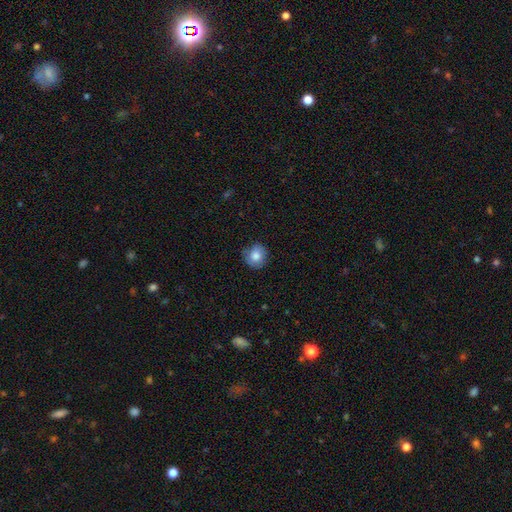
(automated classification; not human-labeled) This is likely a smooth galaxy (80%). How rounded: clearly round (84%). Merging: likely none (76%).